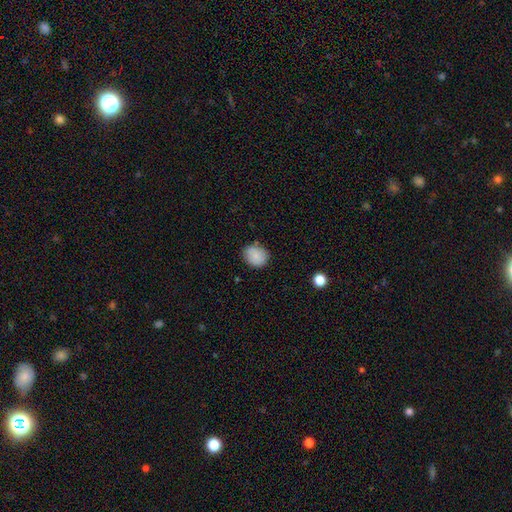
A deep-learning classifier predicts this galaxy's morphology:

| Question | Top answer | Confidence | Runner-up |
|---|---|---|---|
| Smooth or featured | smooth | 85% | star or artifact (8%) |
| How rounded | round | 63% | in between (36%) |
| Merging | none | 80% | minor disturbance (15%) |